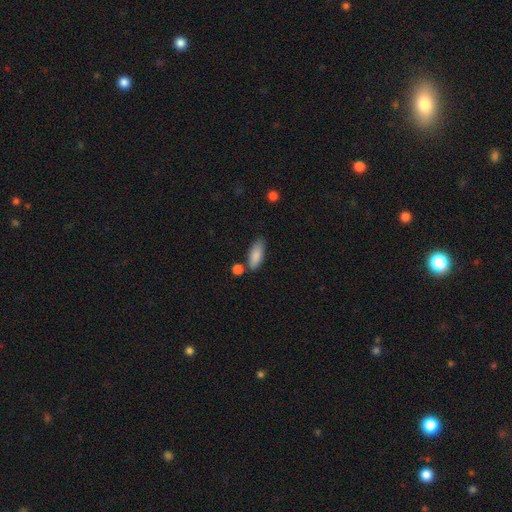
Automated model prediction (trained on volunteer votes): Overall: smooth (86%). How rounded: in between (74%). Merging: none (68%).